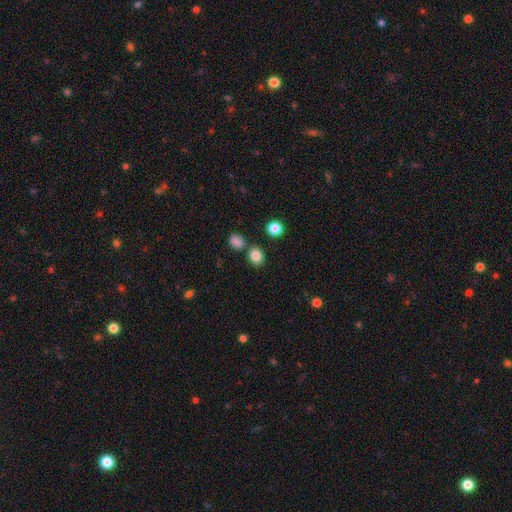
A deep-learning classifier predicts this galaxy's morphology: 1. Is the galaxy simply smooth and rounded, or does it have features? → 83% smooth, 12% star or artifact, 5% featured or disk.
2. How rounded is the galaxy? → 56% round, 43% in between, 1% cigar-shaped.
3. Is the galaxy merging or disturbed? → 78% none, 10% merger, 10% minor disturbance, 3% major disturbance.